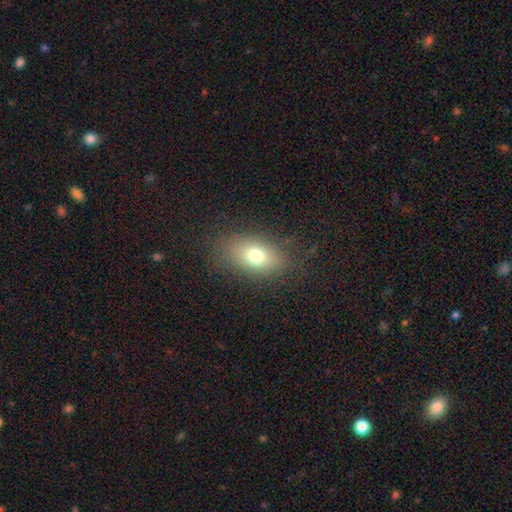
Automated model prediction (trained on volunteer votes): Smooth or featured?
  - smooth: 73% *
  - featured or disk: 15%
  - star or artifact: 12%
How rounded?
  - in between: 81% *
  - round: 17%
  - cigar-shaped: 2%
Merging?
  - none: 80% *
  - minor disturbance: 12%
  - major disturbance: 6%
  - merger: 1%